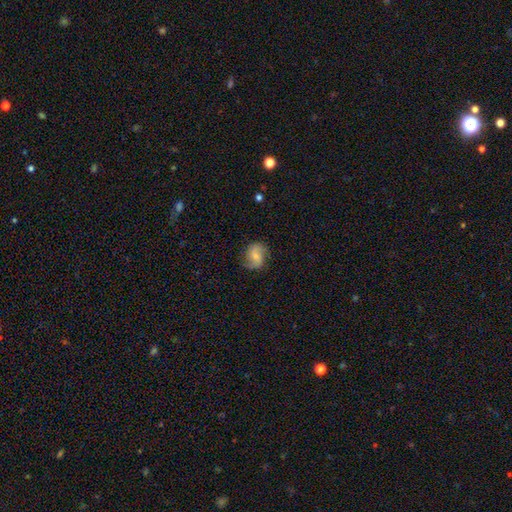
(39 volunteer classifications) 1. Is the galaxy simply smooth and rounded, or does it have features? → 82% featured or disk, 15% smooth, 3% star or artifact.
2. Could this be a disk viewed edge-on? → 100% no, 0% yes.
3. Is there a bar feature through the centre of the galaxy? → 53% no, 38% weak, 9% strong.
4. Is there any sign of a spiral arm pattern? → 100% yes, 0% no.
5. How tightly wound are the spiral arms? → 41% medium (tied), 41% loose (tied), 19% tight.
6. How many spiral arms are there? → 100% 2, 0% 1, 0% 3, 0% 4, 0% more than 4, 0% can't tell.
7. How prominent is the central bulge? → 47% small, 41% moderate, 9% none, 3% large, 0% dominant.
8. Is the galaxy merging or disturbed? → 84% none, 11% minor disturbance, 5% major disturbance, 0% merger.